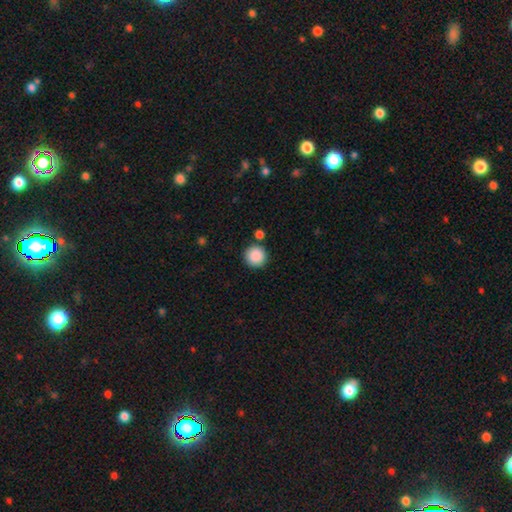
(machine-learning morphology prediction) Smooth or featured? smooth (89%)
How rounded? round (95%)
Merging? none (85%)